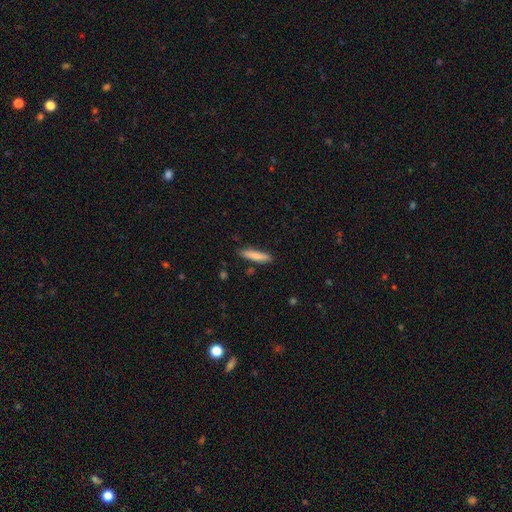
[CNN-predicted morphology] smooth_or_featured: smooth (p=0.81) [alt: featured or disk p=0.13]
how_rounded: cigar-shaped (p=0.86) [alt: in between p=0.12]
merging: none (p=0.84) [alt: minor disturbance p=0.11]